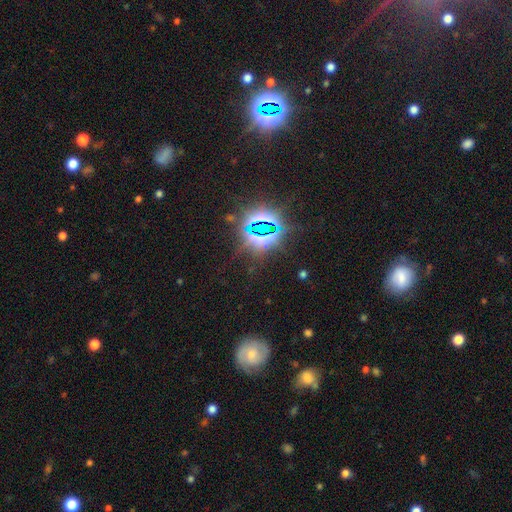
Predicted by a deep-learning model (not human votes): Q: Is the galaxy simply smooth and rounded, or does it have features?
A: star or artifact — 77%.